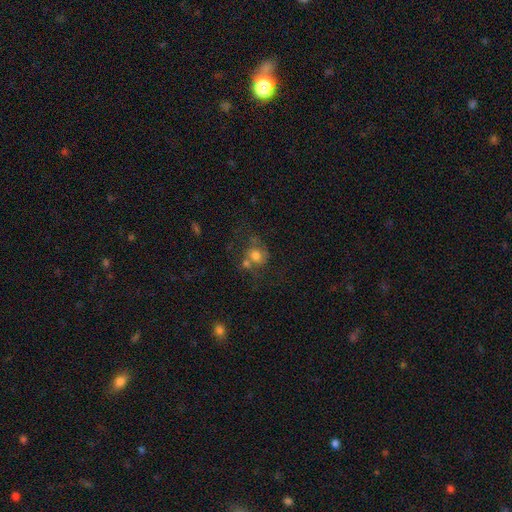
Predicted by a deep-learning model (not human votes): smooth-or-featured: smooth: 51% | featured or disk: 36% | star or artifact: 13%
  how-rounded: round: 70% | in between: 29% | cigar-shaped: 1%
  merging: none: 40% | merger: 25% | minor disturbance: 18% | major disturbance: 18%